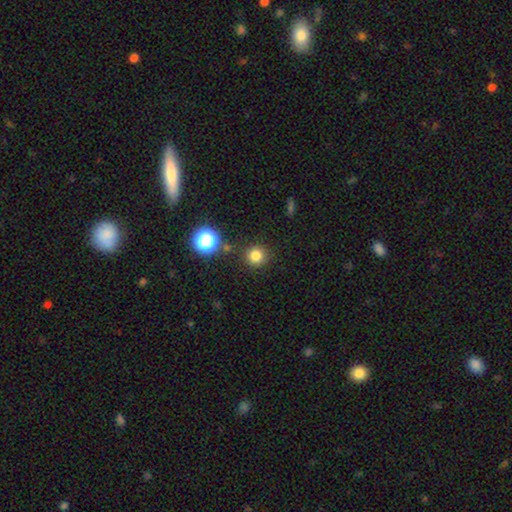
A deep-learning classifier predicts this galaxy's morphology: Smooth or featured?
  - smooth: 80% *
  - star or artifact: 15%
  - featured or disk: 5%
How rounded?
  - round: 94% *
  - in between: 5%
  - cigar-shaped: 1%
Merging?
  - none: 87% *
  - minor disturbance: 7%
  - merger: 4%
  - major disturbance: 3%